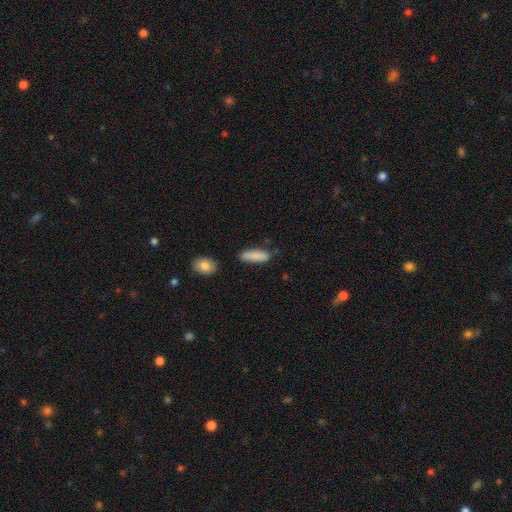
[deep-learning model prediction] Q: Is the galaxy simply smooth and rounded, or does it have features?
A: smooth — 85%.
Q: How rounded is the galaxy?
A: in between — 51%.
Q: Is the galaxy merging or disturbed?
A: none — 69%.